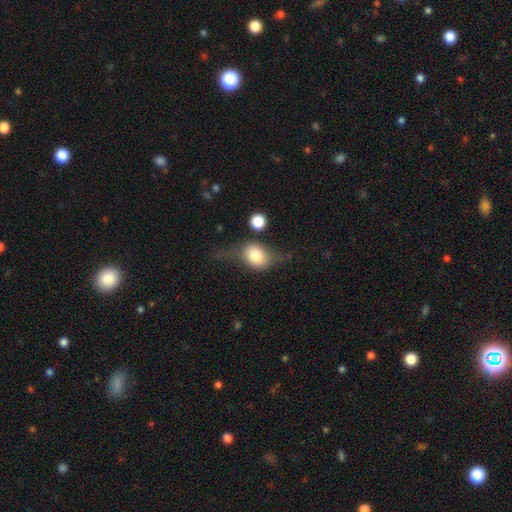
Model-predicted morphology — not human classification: Smooth or featured? smooth (63%)
How rounded? in between (54%)
Merging? none (45%)